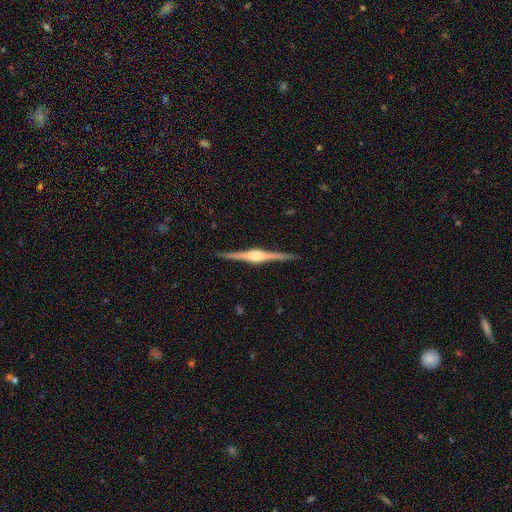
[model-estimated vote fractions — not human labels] Morphology: type=featured or disk (88%); edge-on=yes (99%); edge-on bulge=rounded (86%); merging=none (91%).